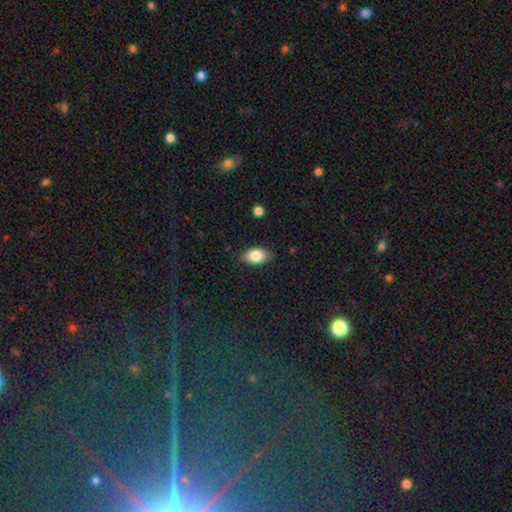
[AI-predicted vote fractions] Smooth or featured? smooth (84%)
How rounded? in between (88%)
Merging? none (81%)